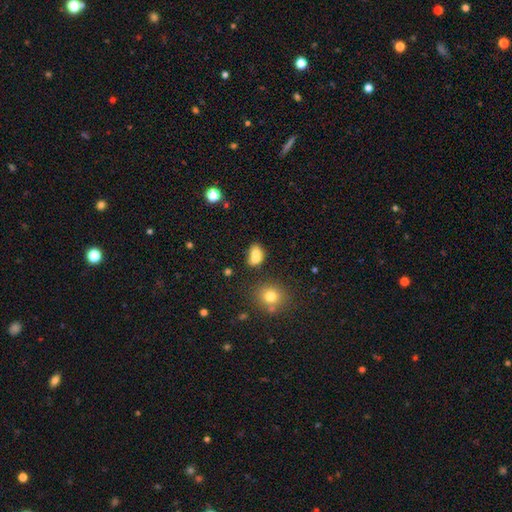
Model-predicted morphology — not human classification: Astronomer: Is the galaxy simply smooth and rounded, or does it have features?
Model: smooth — 74%.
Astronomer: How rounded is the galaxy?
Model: in between — 65%.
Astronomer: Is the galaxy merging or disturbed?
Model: merger — 45% (runner-up: none, 36%).